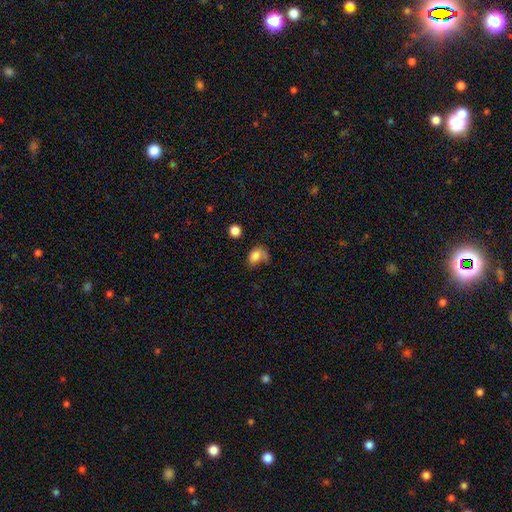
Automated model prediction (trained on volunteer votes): smooth-or-featured: smooth: 77% | featured or disk: 12% | star or artifact: 10%
  how-rounded: in between: 67% | round: 31% | cigar-shaped: 1%
  merging: none: 36% | minor disturbance: 26% | major disturbance: 23% | merger: 14%